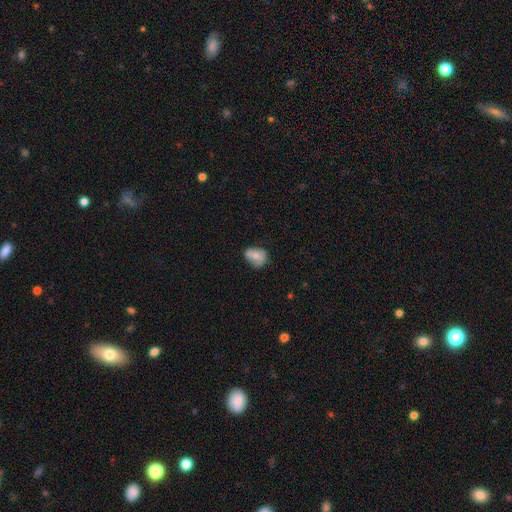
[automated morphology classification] Smooth or featured?
  - smooth: 66% *
  - featured or disk: 25%
  - star or artifact: 9%
How rounded?
  - in between: 63% *
  - round: 36%
  - cigar-shaped: 1%
Merging?
  - none: 52% *
  - minor disturbance: 32%
  - major disturbance: 9%
  - merger: 6%